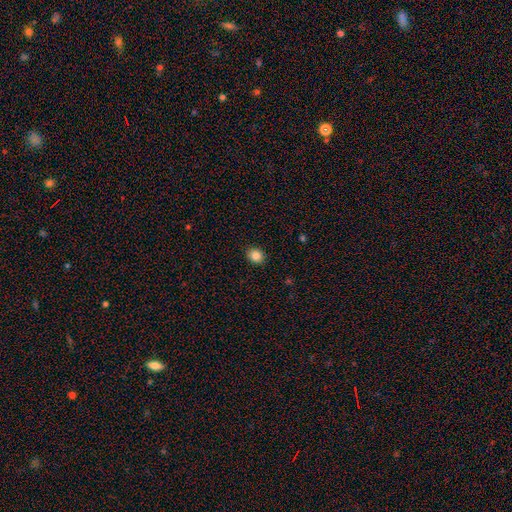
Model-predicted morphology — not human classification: This appears to be a smooth galaxy with no disk features (84%) that is round (66%). Merging: none (90%).